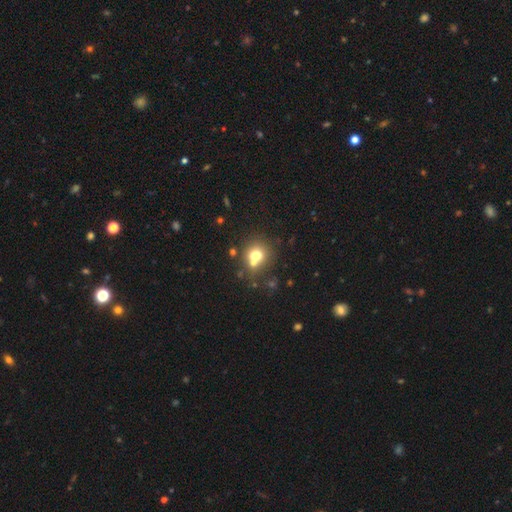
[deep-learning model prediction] Smooth or featured?
  - smooth: 70% *
  - featured or disk: 16%
  - star or artifact: 14%
How rounded?
  - round: 81% *
  - in between: 18%
  - cigar-shaped: 1%
Merging?
  - none: 54% *
  - merger: 31%
  - minor disturbance: 10%
  - major disturbance: 5%